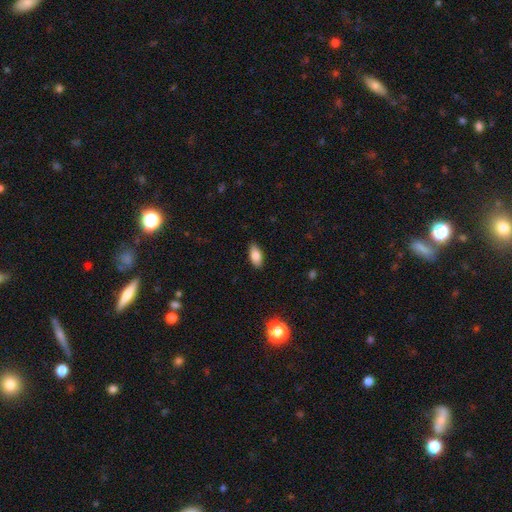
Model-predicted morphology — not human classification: smooth_or_featured: smooth (p=0.83) [alt: featured or disk p=0.09]
how_rounded: in between (p=0.89) [alt: cigar-shaped p=0.08]
merging: none (p=0.87) [alt: minor disturbance p=0.10]